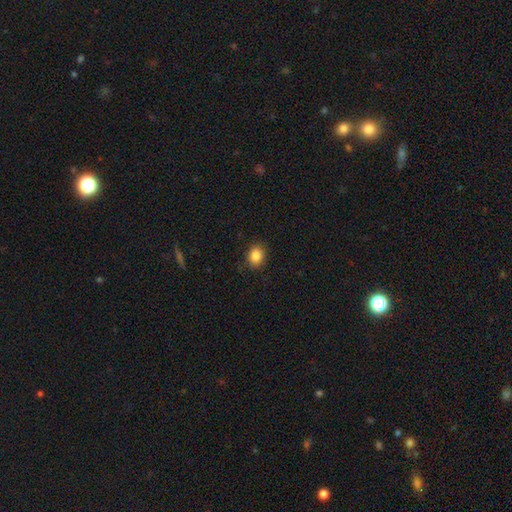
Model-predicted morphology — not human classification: This is clearly a smooth galaxy (86%). How rounded: possibly round (58%). Merging: clearly none (87%).